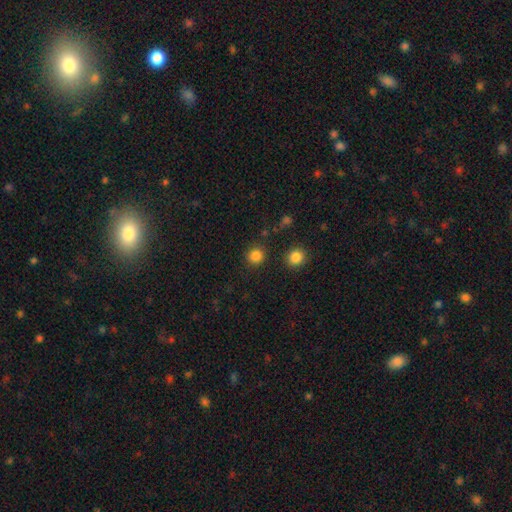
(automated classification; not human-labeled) Q: Smooth or featured?
A: smooth (84%); runner-up: star or artifact (12%)
Q: How rounded?
A: round (91%); runner-up: in between (8%)
Q: Merging?
A: none (88%); runner-up: minor disturbance (6%)